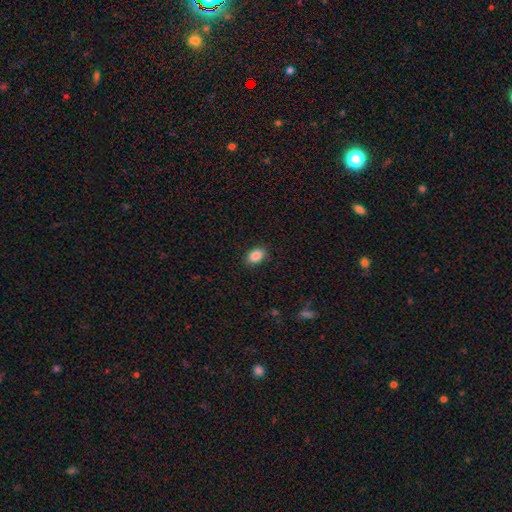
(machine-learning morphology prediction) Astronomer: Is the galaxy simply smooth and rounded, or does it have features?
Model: smooth — 88%.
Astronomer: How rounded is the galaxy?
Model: in between — 88%.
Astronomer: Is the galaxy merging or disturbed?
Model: none — 88%.